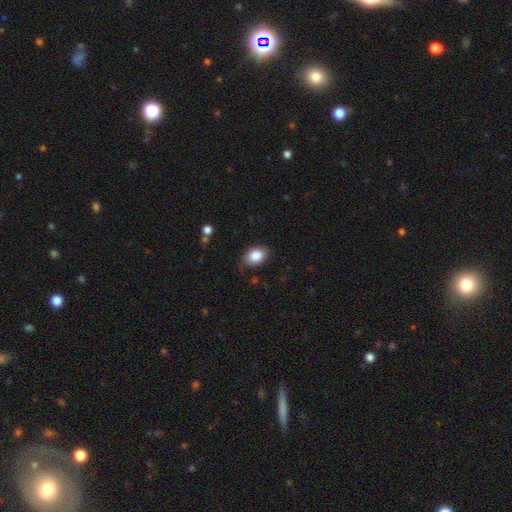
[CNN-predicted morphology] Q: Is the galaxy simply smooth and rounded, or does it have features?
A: smooth — 87%.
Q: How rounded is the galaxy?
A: in between — 77%.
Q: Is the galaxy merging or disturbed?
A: none — 73%.